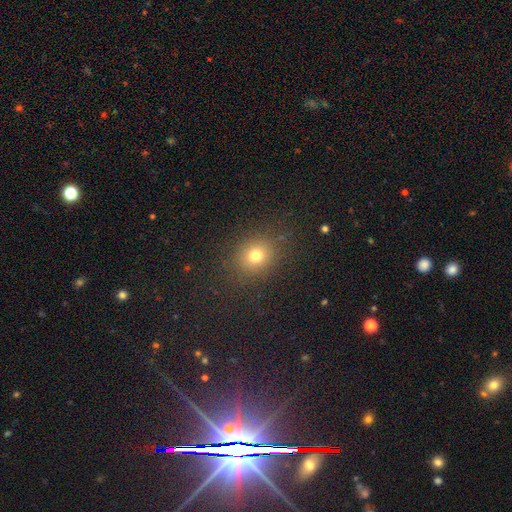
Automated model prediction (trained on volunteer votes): Overall: smooth (75%). How rounded: round (71%). Merging: none (85%).